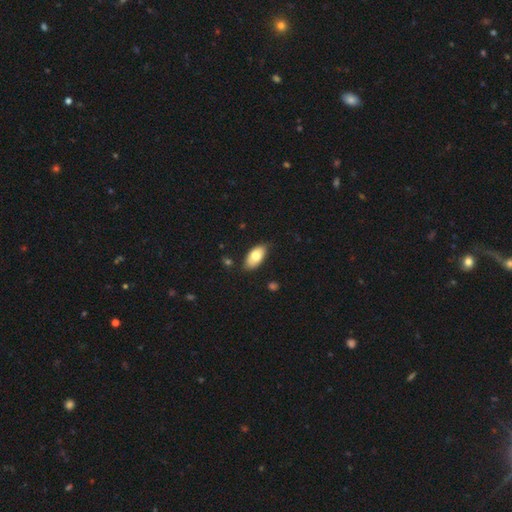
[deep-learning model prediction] The model was most divided on "smooth or featured": smooth: 77%, featured or disk: 16%, star or artifact: 6%. More confident: how rounded — in between (93%); merging — none (79%).